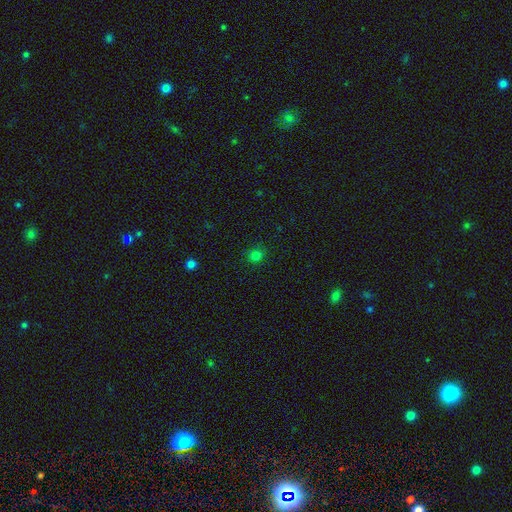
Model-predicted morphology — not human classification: smooth_or_featured: smooth (p=0.78) [alt: star or artifact p=0.18]
how_rounded: round (p=0.87) [alt: in between p=0.13]
merging: none (p=0.89) [alt: minor disturbance p=0.08]